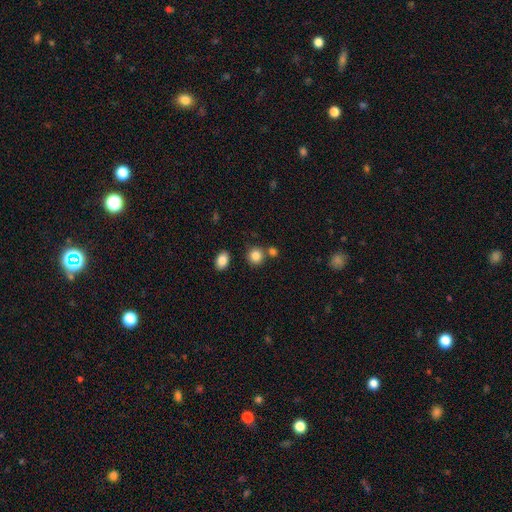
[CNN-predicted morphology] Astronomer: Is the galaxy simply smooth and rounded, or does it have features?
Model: smooth — 84%.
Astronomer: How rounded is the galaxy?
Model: round — 85%.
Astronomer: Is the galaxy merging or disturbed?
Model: none — 73%.